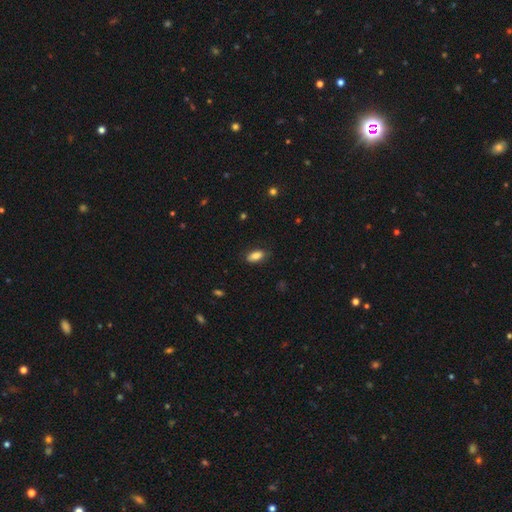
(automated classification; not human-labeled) A smooth galaxy with no disk features (84%) that is in between round and cigar-shaped (89%). Merging: none (83%).